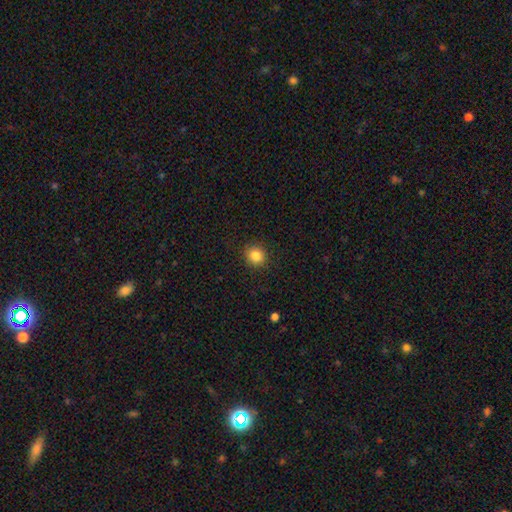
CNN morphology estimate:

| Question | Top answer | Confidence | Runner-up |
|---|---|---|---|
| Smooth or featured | smooth | 85% | star or artifact (10%) |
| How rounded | round | 87% | in between (12%) |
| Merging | none | 91% | minor disturbance (6%) |